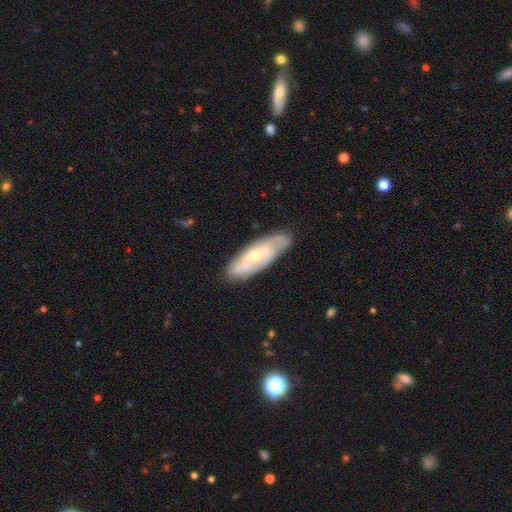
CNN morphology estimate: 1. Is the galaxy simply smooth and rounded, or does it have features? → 64% featured or disk, 29% smooth, 6% star or artifact.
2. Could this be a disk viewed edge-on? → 80% no, 20% yes.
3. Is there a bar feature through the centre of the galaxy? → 58% no, 32% weak, 9% strong.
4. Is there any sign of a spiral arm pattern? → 81% yes, 19% no.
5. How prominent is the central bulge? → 57% small, 38% moderate, 2% none, 2% large, 1% dominant.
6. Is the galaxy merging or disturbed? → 76% none, 18% minor disturbance, 4% major disturbance, 2% merger.